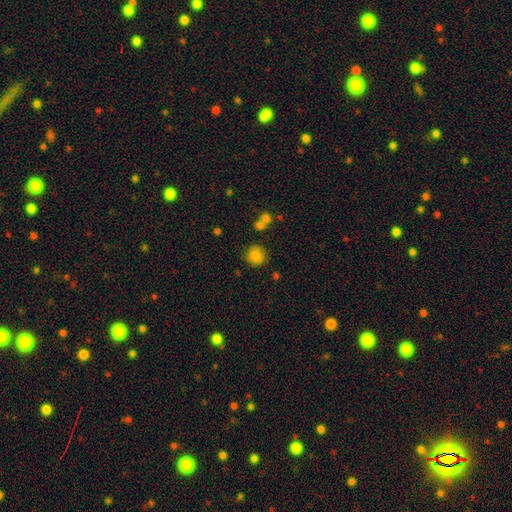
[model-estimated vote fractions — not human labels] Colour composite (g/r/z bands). It shows a smooth galaxy with no disk features (83%) that is round (87%). Merging: none (79%).